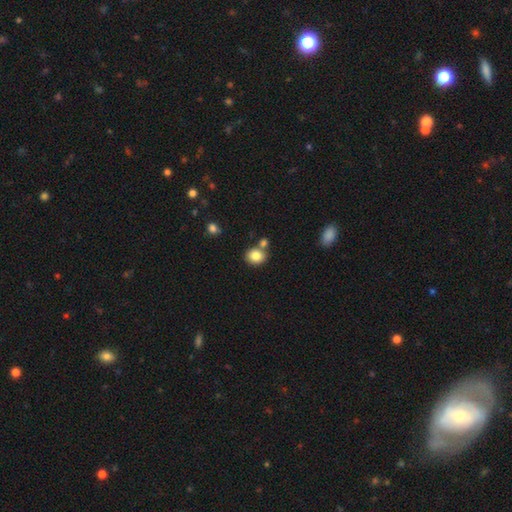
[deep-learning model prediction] smooth-or-featured: smooth: 83% | star or artifact: 9% | featured or disk: 7%
  how-rounded: round: 68% | in between: 31% | cigar-shaped: 1%
  merging: none: 66% | merger: 20% | minor disturbance: 11% | major disturbance: 3%